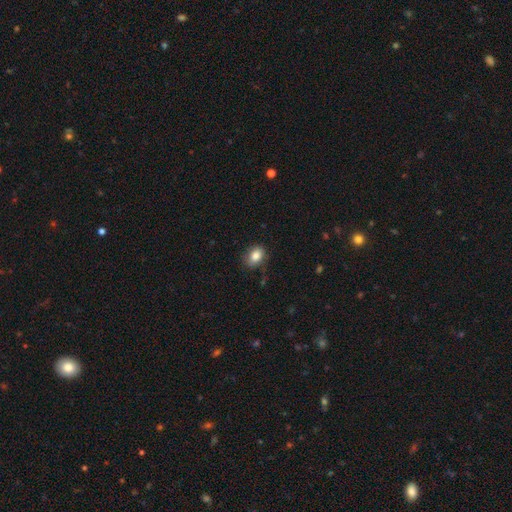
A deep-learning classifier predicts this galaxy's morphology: A smooth galaxy with no disk features (84%) that is in between round and cigar-shaped (70%).

Vote fractions:
- Smooth or featured? smooth: 84% / star or artifact: 9% / featured or disk: 7%
- How rounded? in between: 70% / round: 29% / cigar-shaped: 1%
- Merging? none: 76% / minor disturbance: 18% / major disturbance: 5% / merger: 1%